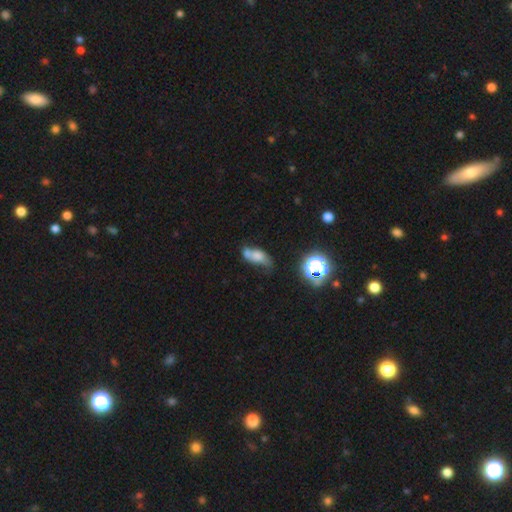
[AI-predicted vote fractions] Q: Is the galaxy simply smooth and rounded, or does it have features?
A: smooth — 59%.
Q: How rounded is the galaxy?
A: in between — 76%.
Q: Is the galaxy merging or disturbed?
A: merger — 37%.